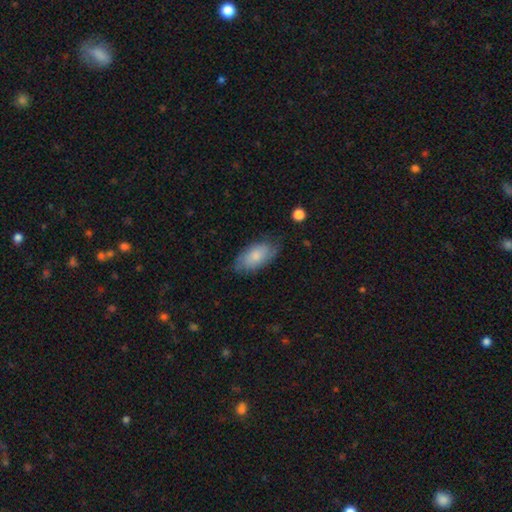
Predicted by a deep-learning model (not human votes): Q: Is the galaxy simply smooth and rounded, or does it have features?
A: smooth — 70%.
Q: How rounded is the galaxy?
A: in between — 93%.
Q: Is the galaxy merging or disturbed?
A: none — 66%.